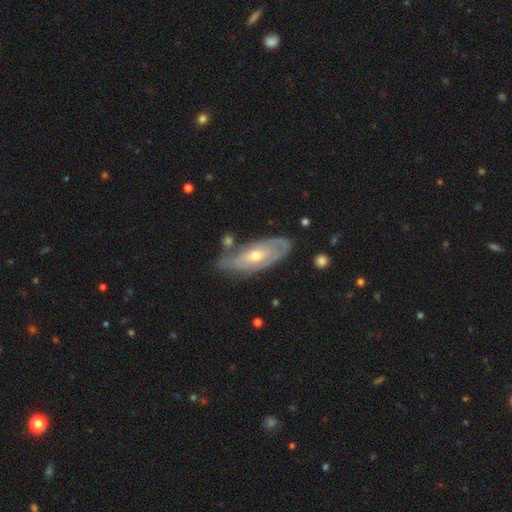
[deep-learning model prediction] Smooth or featured?
  - featured or disk: 73% *
  - smooth: 21%
  - star or artifact: 6%
Edge-on disk?
  - no: 84% *
  - yes: 16%
Bar?
  - no: 70% *
  - weak: 23%
  - strong: 6%
Spiral arms?
  - yes: 72% *
  - no: 28%
Bulge size?
  - moderate: 55% *
  - small: 41%
  - large: 2%
  - none: 1%
  - dominant: 1%
Merging?
  - none: 72% *
  - minor disturbance: 18%
  - merger: 5%
  - major disturbance: 5%